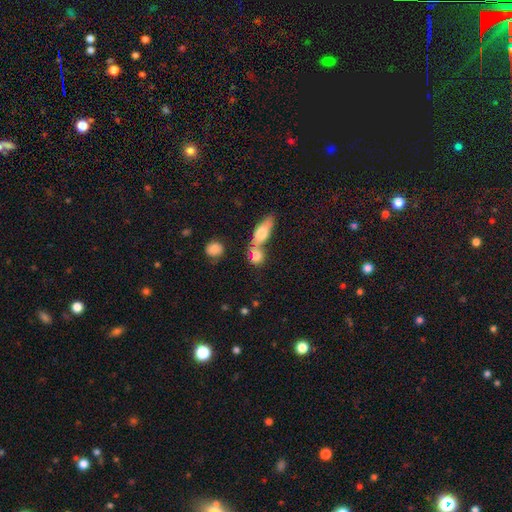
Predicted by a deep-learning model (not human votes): smooth-or-featured: smooth: 77% | featured or disk: 13% | star or artifact: 10%
  how-rounded: round: 49% | in between: 41% | cigar-shaped: 10%
  merging: merger: 47% | none: 39% | minor disturbance: 9% | major disturbance: 5%